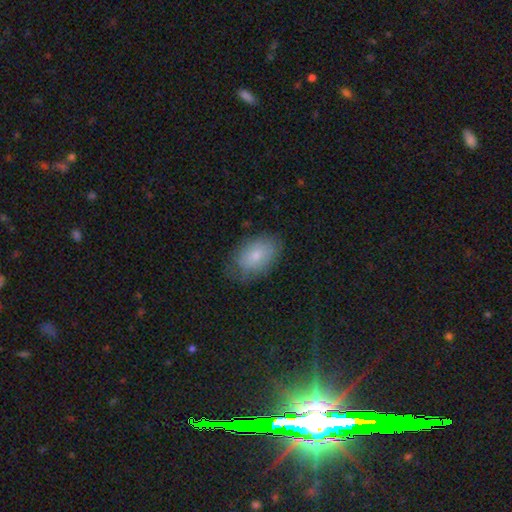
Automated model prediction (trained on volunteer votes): This appears to be a smooth galaxy with no disk features (75%) that is in between round and cigar-shaped (88%). Merging: none (69%).